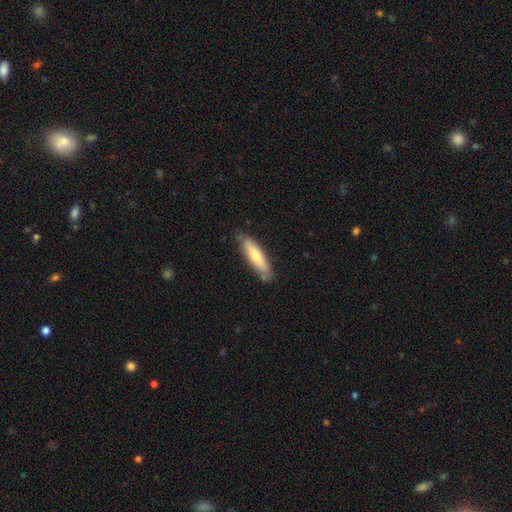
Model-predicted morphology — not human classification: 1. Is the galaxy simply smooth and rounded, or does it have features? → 66% smooth, 28% featured or disk, 5% star or artifact.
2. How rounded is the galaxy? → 65% cigar-shaped, 34% in between, 2% round.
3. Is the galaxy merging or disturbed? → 77% none, 17% minor disturbance, 3% merger, 3% major disturbance.